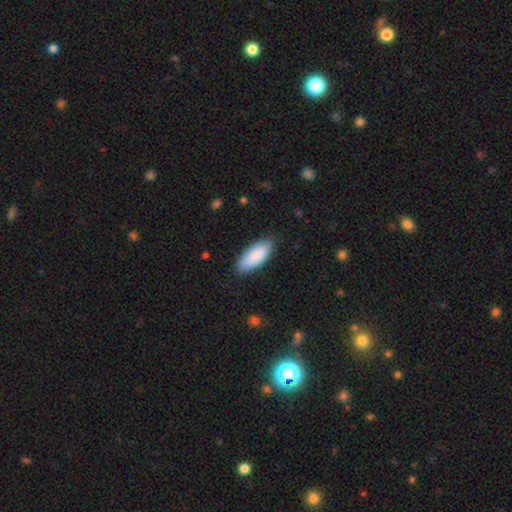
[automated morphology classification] smooth-or-featured: smooth: 86% | featured or disk: 9% | star or artifact: 5%
  how-rounded: in between: 80% | cigar-shaped: 18% | round: 2%
  merging: none: 84% | minor disturbance: 13% | major disturbance: 2% | merger: 1%